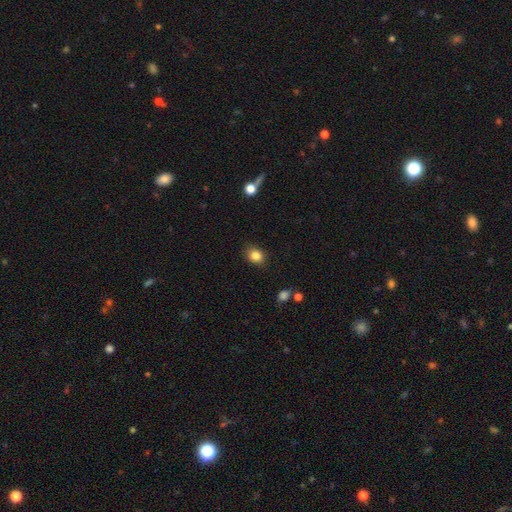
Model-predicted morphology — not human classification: smooth 84%, star or artifact 10%, featured or disk 6%. Down the decision tree: how rounded — in between (51%); merging — none (82%).